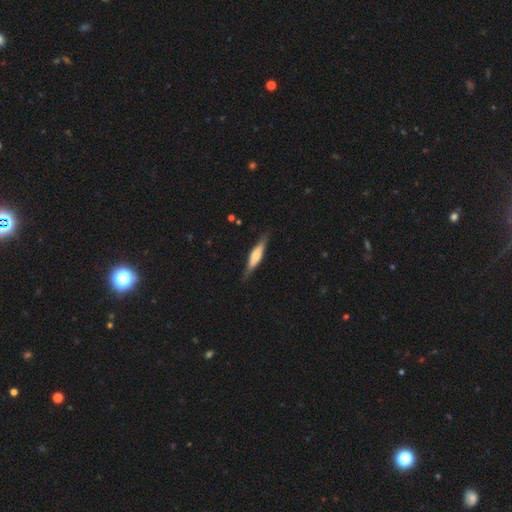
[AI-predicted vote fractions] Smooth or featured? smooth (54%)
How rounded? cigar-shaped (79%)
Merging? none (82%)